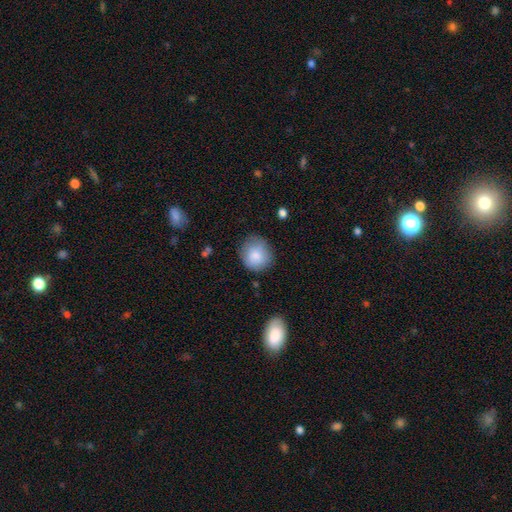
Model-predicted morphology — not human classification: type=smooth (84%); roundness=round (85%); merging=none (76%).